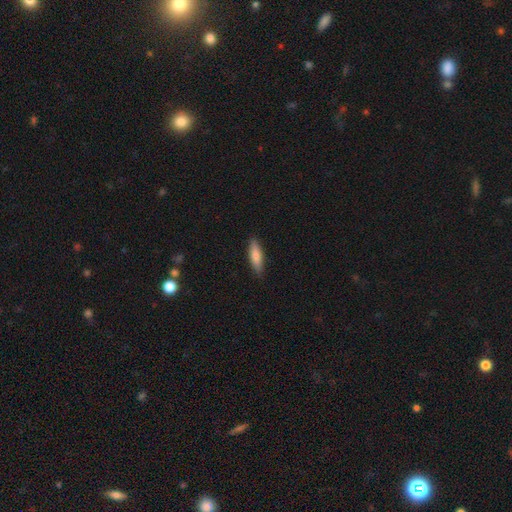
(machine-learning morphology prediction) type=smooth (77%); roundness=cigar-shaped (61%); merging=none (87%).